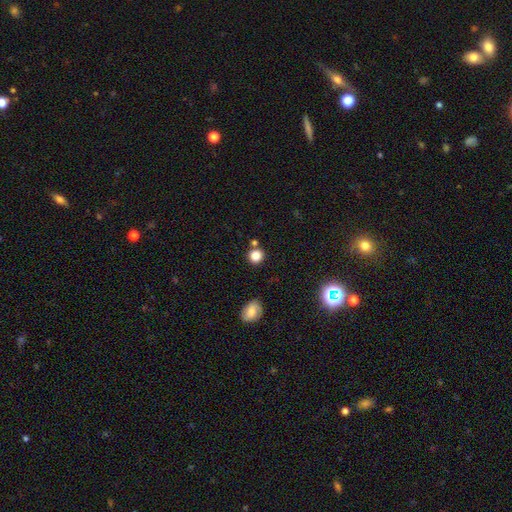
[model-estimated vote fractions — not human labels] Overall: smooth (82%). How rounded: round (89%). Merging: none (78%).